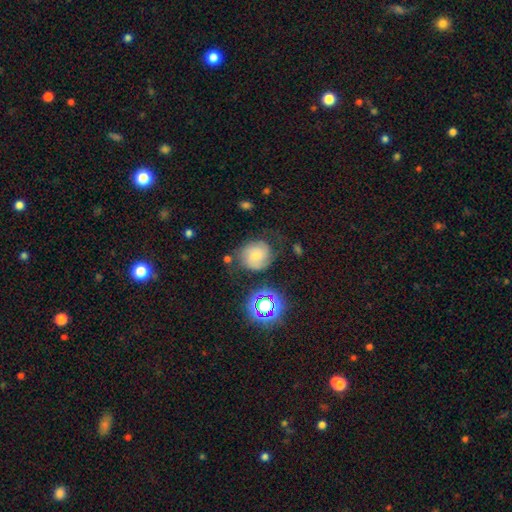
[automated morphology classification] Smooth or featured?
  - smooth: 43% *
  - featured or disk: 41%
  - star or artifact: 16%
Merging?
  - none: 59% *
  - minor disturbance: 23%
  - major disturbance: 14%
  - merger: 5%